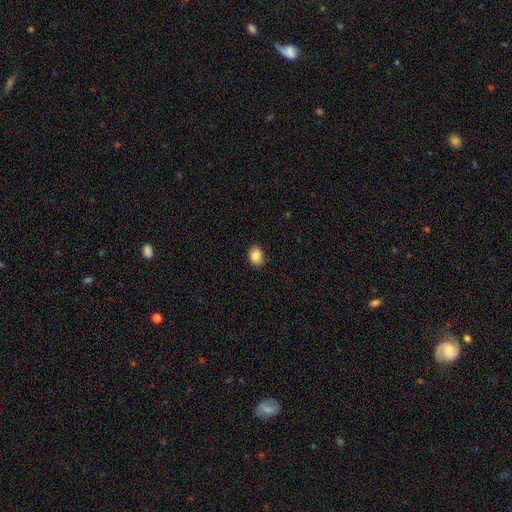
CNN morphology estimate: This appears to be a smooth galaxy with no disk features (87%) that is in between round and cigar-shaped (65%). Merging: none (89%).